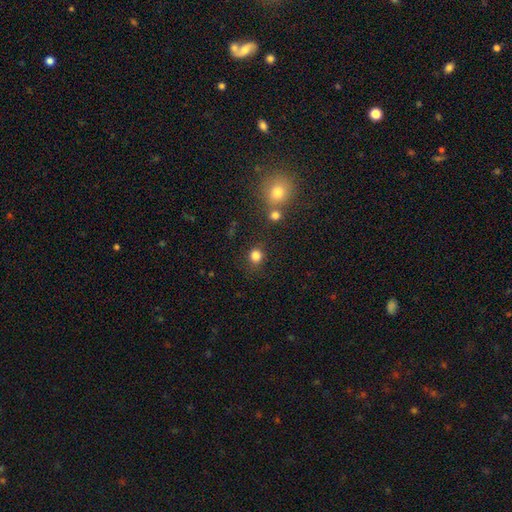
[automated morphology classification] This appears to be a smooth galaxy with no disk features (82%) that is round (83%). Merging: none (81%).